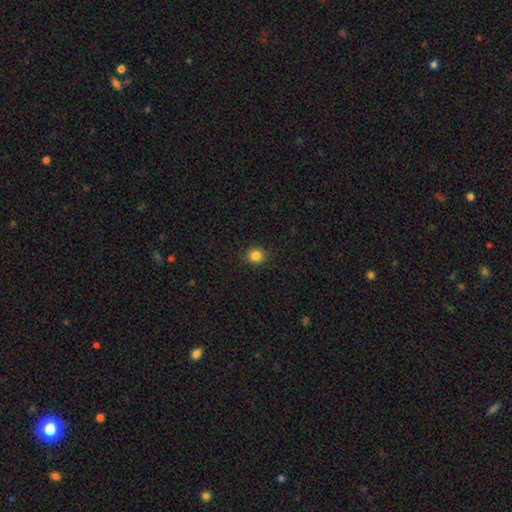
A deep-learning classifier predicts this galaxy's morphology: The model was most divided on "smooth or featured": smooth: 85%, star or artifact: 11%, featured or disk: 4%. More confident: merging — none (91%); how rounded — round (90%).